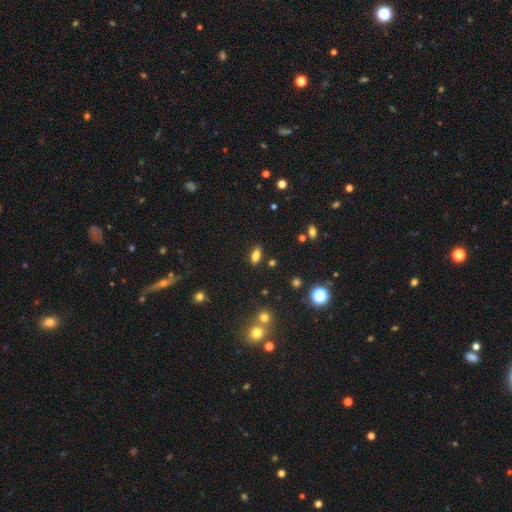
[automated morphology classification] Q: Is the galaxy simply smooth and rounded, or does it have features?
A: smooth — 75%.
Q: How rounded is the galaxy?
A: in between — 80%.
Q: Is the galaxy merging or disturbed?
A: none — 86%.